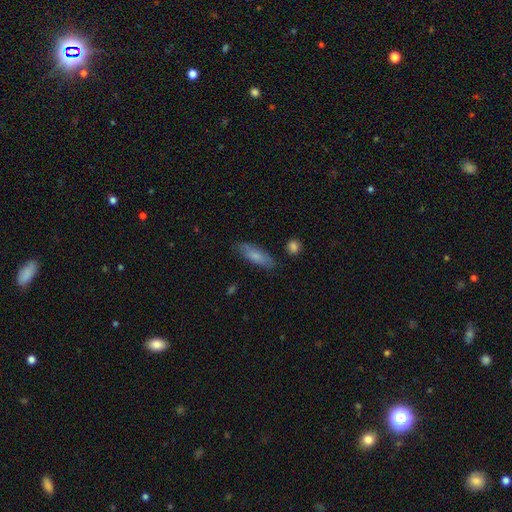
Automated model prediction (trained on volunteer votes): smooth 74%, featured or disk 20%, star or artifact 6%. Down the decision tree: how rounded — in between (56%); merging — none (79%).